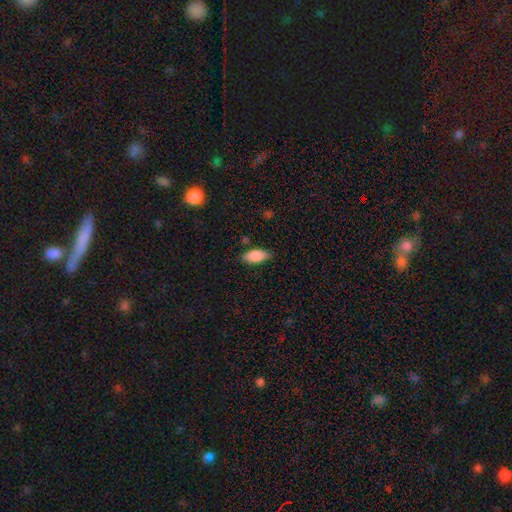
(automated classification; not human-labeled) smooth 85%, featured or disk 8%, star or artifact 7%. Down the decision tree: how rounded — in between (87%); merging — none (82%).